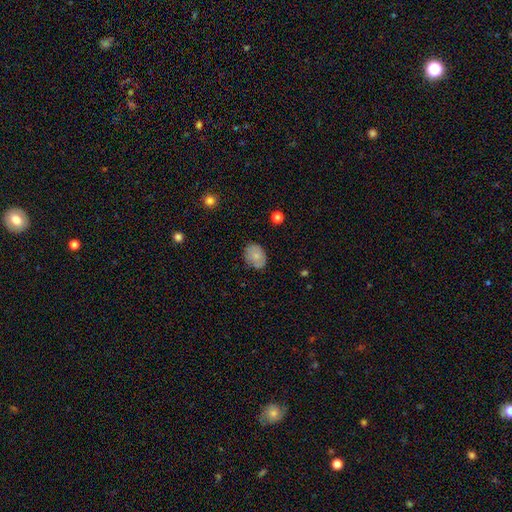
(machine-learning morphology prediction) smooth-or-featured: smooth: 74% | featured or disk: 18% | star or artifact: 8%
  how-rounded: in between: 67% | round: 32% | cigar-shaped: 1%
  merging: none: 75% | minor disturbance: 19% | major disturbance: 4% | merger: 2%